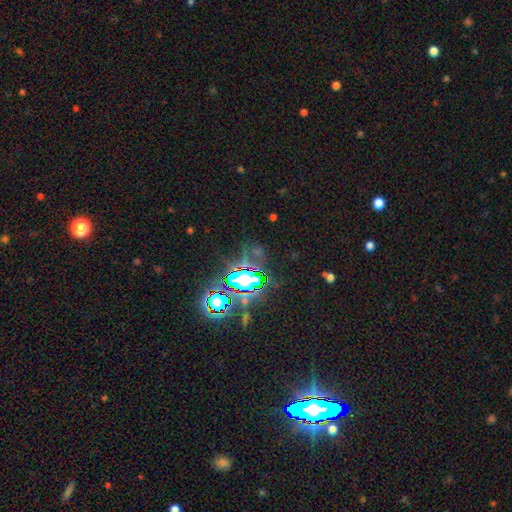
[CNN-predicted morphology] type=star or artifact (79%).